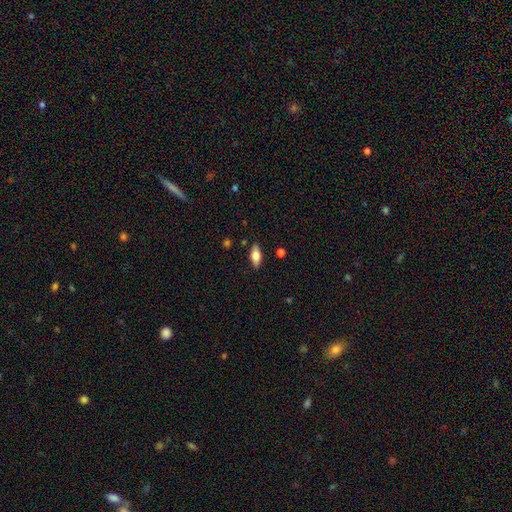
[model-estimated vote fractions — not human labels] smooth_or_featured: smooth (p=0.64) [alt: featured or disk p=0.29]
how_rounded: in between (p=0.80) [alt: cigar-shaped p=0.17]
merging: none (p=0.85) [alt: minor disturbance p=0.11]